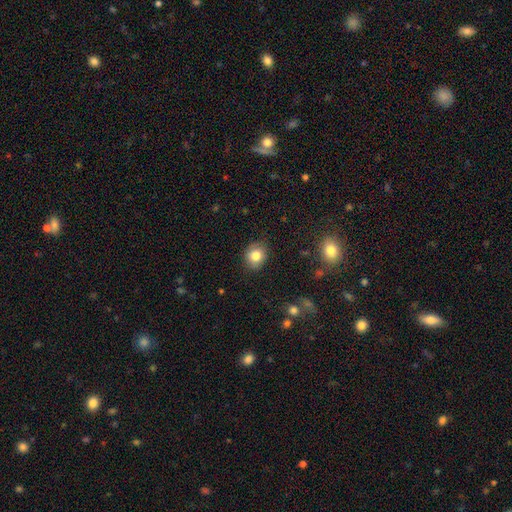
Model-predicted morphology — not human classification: smooth-or-featured: smooth: 82% | star or artifact: 10% | featured or disk: 8%
  how-rounded: round: 65% | in between: 34% | cigar-shaped: 1%
  merging: none: 83% | minor disturbance: 13% | major disturbance: 3% | merger: 1%